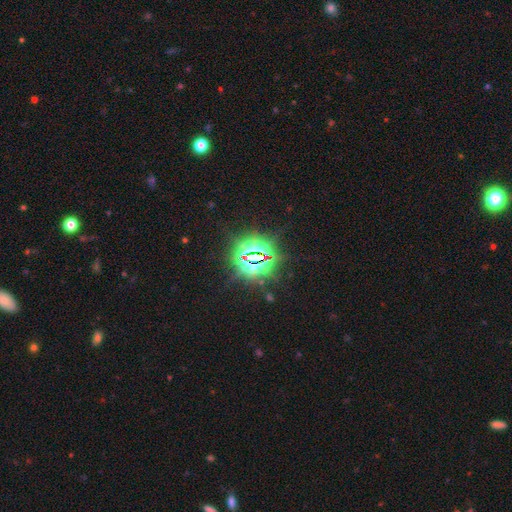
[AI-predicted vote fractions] Smooth or featured? star or artifact (84%)